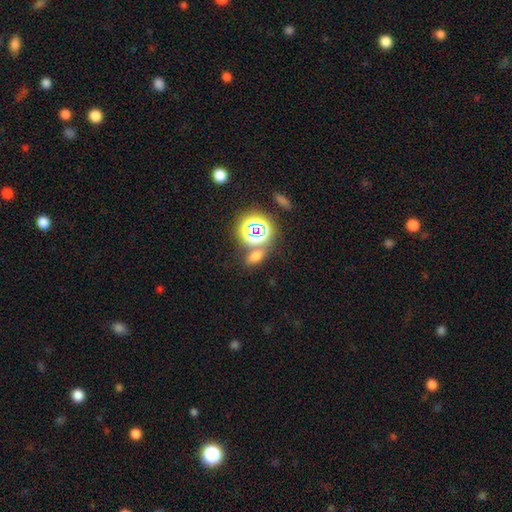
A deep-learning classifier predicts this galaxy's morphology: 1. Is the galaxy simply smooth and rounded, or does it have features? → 56% smooth, 35% star or artifact, 9% featured or disk.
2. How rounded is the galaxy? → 72% in between, 24% round, 4% cigar-shaped.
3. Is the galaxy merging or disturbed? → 64% none, 21% merger, 11% minor disturbance, 5% major disturbance.